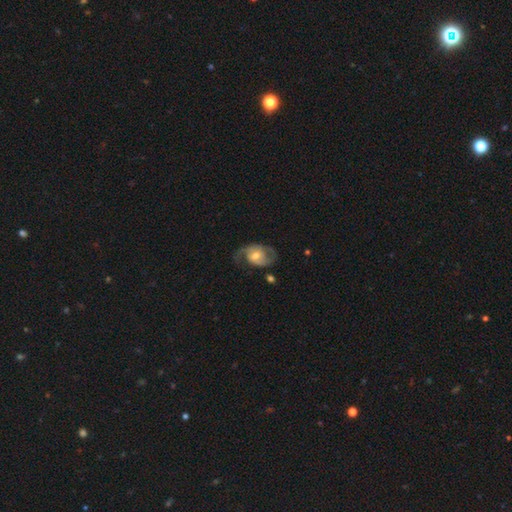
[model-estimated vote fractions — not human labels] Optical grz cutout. It shows a featured or disk galaxy (69%) with no bar (55%), 2 (72%) medium (45%) spiral arms (82%) and a moderate central bulge (62%). Merging: none (51%).